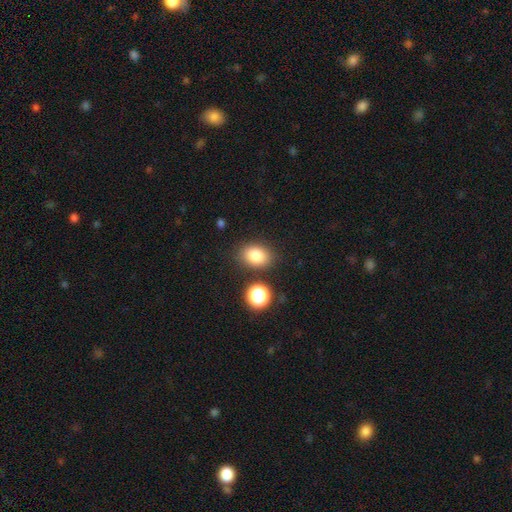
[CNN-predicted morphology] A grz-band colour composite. It shows a smooth galaxy with no disk features (82%) that is in between round and cigar-shaped (72%). Merging: none (81%).